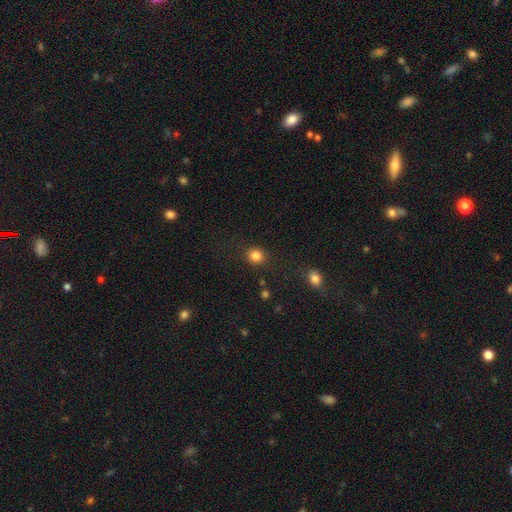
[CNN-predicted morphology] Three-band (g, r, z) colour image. It shows a smooth galaxy with no disk features (84%) that is round (82%). Merging: none (87%).